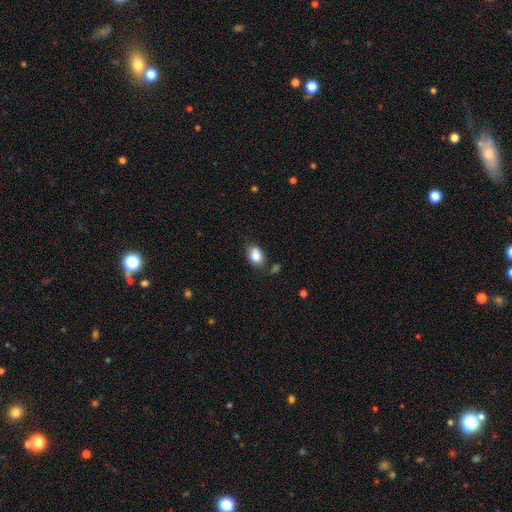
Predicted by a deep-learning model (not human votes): A smooth galaxy with no disk features (85%) that is in between round and cigar-shaped (77%).

Vote fractions:
- Smooth or featured? smooth: 85% / star or artifact: 9% / featured or disk: 7%
- How rounded? in between: 77% / round: 21% / cigar-shaped: 1%
- Merging? none: 70% / minor disturbance: 19% / merger: 6% / major disturbance: 5%